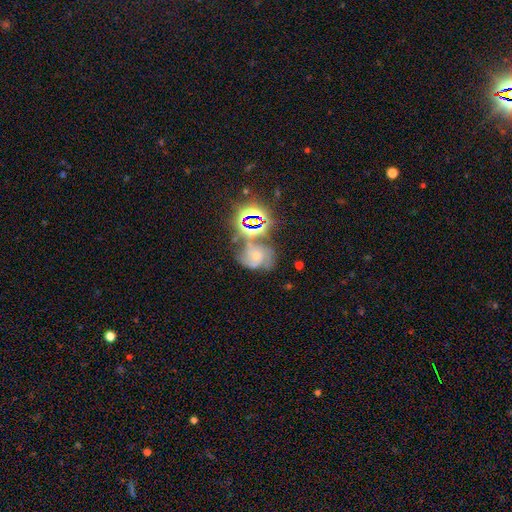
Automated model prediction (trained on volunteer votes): Morphology: type=featured or disk (50%); merging=none (42%).